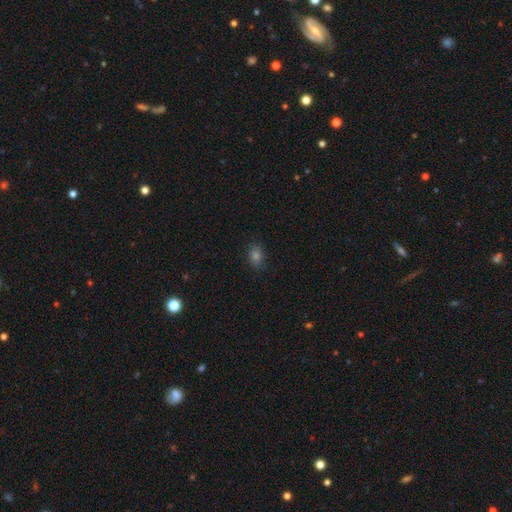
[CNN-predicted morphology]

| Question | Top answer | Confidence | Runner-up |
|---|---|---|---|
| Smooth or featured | smooth | 72% | star or artifact (19%) |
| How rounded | in between | 67% | round (31%) |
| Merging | none | 85% | minor disturbance (11%) |